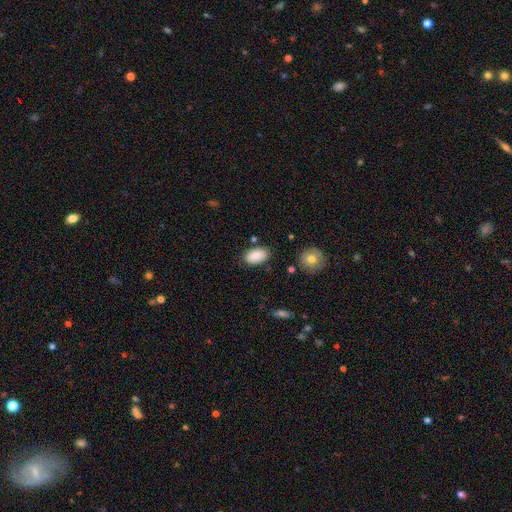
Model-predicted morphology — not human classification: Smooth or featured? smooth (88%)
How rounded? in between (93%)
Merging? none (82%)